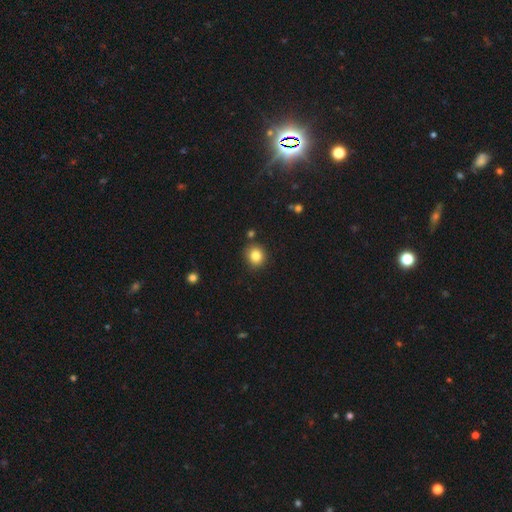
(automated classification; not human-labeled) Morphology: type=smooth (84%); roundness=round (82%); merging=none (86%).